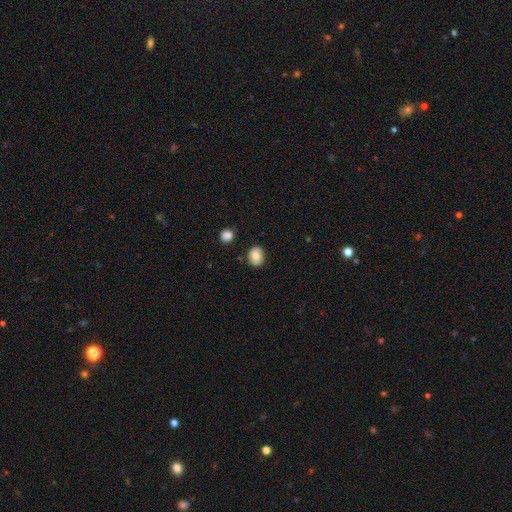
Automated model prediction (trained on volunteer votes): The model was most divided on "how rounded": round: 55%, in between: 44%, cigar-shaped: 1%. More confident: merging — none (84%); smooth or featured — smooth (76%).